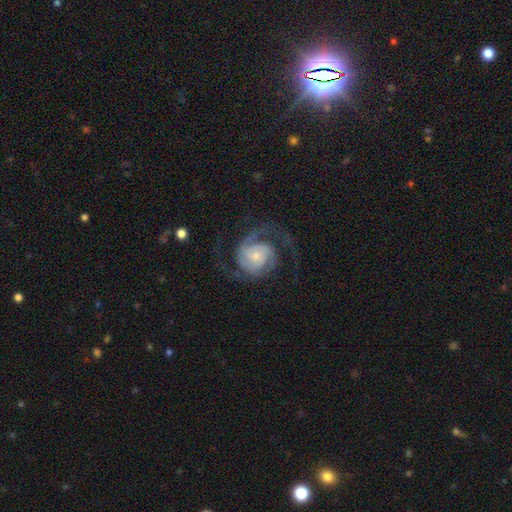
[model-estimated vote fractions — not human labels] This is clearly a featured or disk galaxy (87%). It is clearly not viewed edge-on (98%). Bar: likely no (68%). Spiral arm pattern: clearly yes (97%). Spiral arm count: likely 2 (78%). Spiral winding: possibly medium (48%). Central bulge: likely small (64%). Merging: likely none (67%).